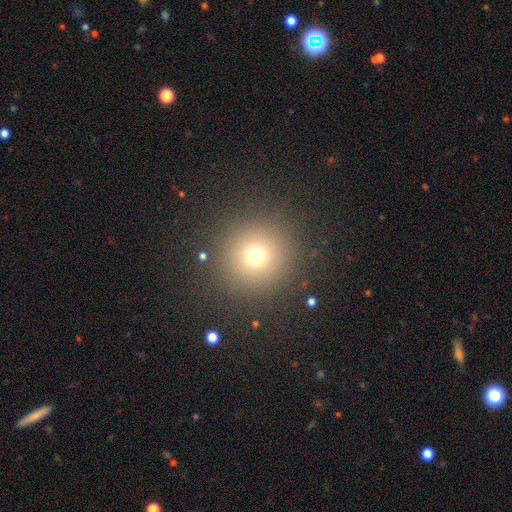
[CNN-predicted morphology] This appears to be a smooth galaxy with no disk features (71%) that is round (95%). Merging: none (89%).